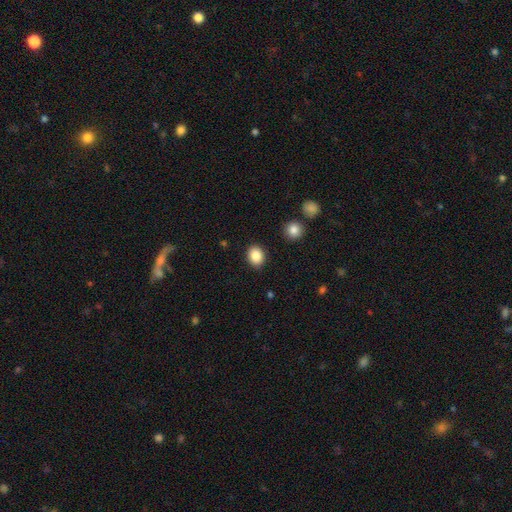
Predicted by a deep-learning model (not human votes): Smooth or featured? smooth (87%)
How rounded? round (51%)
Merging? none (89%)